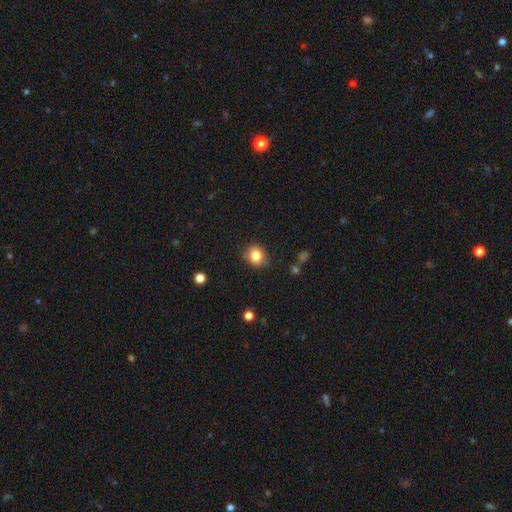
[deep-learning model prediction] Smooth or featured?
  - smooth: 83% *
  - star or artifact: 11%
  - featured or disk: 7%
How rounded?
  - round: 75% *
  - in between: 24%
  - cigar-shaped: 1%
Merging?
  - none: 84% *
  - minor disturbance: 11%
  - major disturbance: 3%
  - merger: 2%